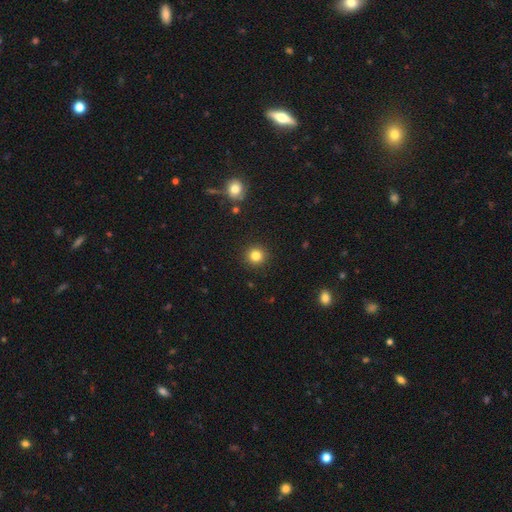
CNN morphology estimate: smooth-or-featured: smooth: 83% | star or artifact: 12% | featured or disk: 5%
  how-rounded: round: 94% | in between: 5% | cigar-shaped: 1%
  merging: none: 92% | minor disturbance: 5% | major disturbance: 2% | merger: 1%